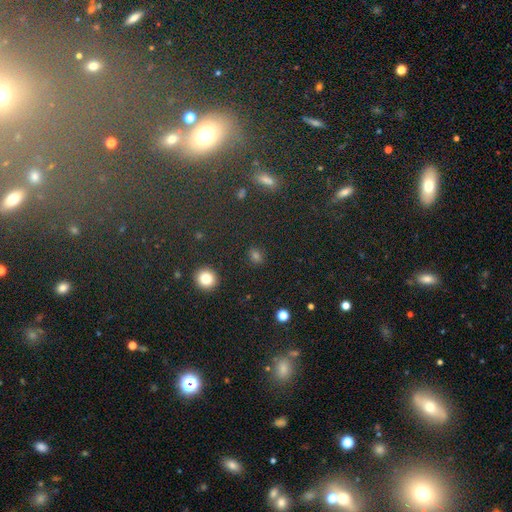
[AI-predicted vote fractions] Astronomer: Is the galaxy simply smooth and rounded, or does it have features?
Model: smooth — 51% (runner-up: star or artifact, 37%).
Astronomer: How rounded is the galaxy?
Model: round — 56% (runner-up: in between, 37%).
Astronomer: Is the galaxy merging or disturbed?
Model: none — 76%.